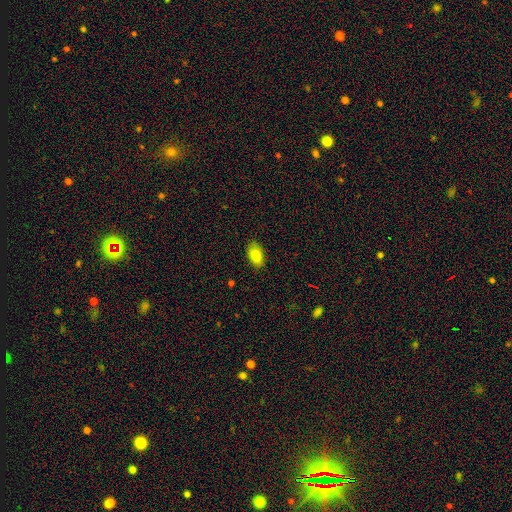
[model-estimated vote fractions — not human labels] The model was most divided on "merging": none: 84%, minor disturbance: 12%, major disturbance: 3%, merger: 1%. More confident: how rounded — in between (93%); smooth or featured — smooth (87%).